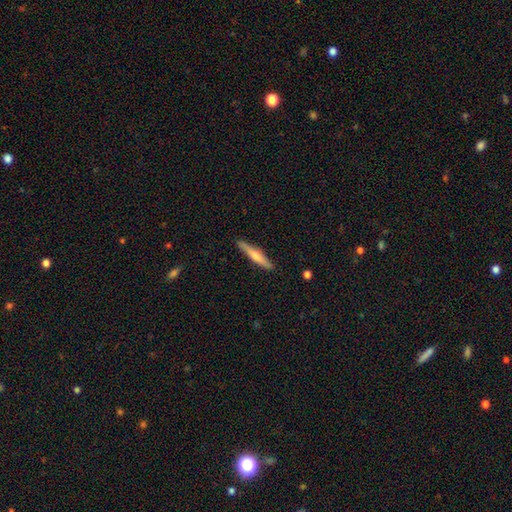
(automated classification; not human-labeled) featured or disk 51%, smooth 44%, star or artifact 5%. Down the decision tree: edge-on disk — yes (96%); merging — none (90%).